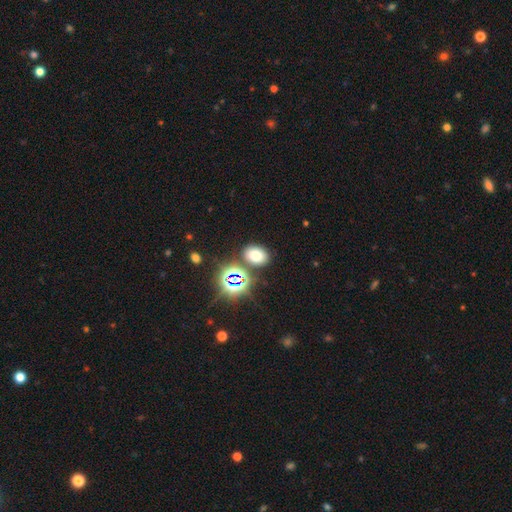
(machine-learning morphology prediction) Q: Smooth or featured?
A: smooth (65%); runner-up: star or artifact (25%)
Q: How rounded?
A: in between (71%); runner-up: round (28%)
Q: Merging?
A: none (80%); runner-up: minor disturbance (10%)